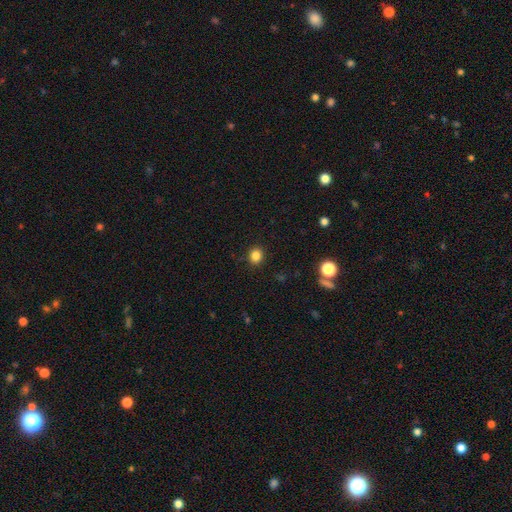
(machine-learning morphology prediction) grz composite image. It shows a smooth galaxy with no disk features (84%) that is round (78%). Merging: none (90%).